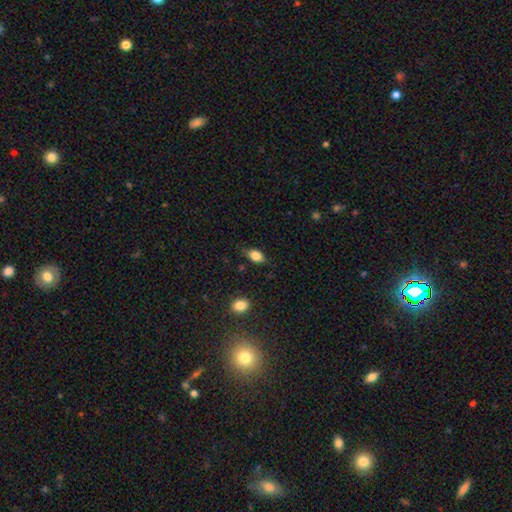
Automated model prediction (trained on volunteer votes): A smooth galaxy with no disk features (80%) that is in between round and cigar-shaped (82%).

Vote fractions:
- Smooth or featured? smooth: 80% / featured or disk: 11% / star or artifact: 9%
- How rounded? in between: 82% / round: 13% / cigar-shaped: 5%
- Merging? none: 75% / minor disturbance: 19% / major disturbance: 4% / merger: 2%